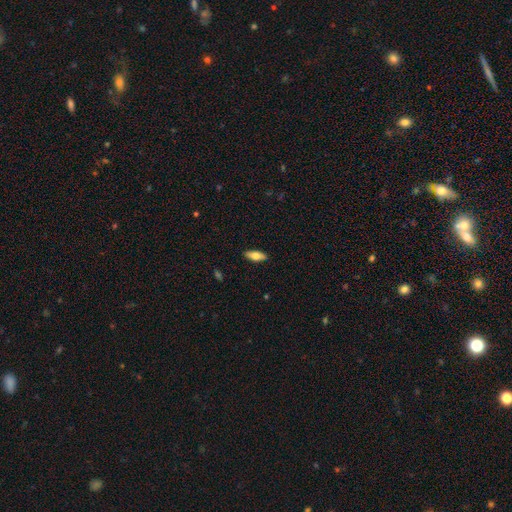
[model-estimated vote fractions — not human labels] Overall: smooth (67%). How rounded: in between (73%). Merging: none (89%).